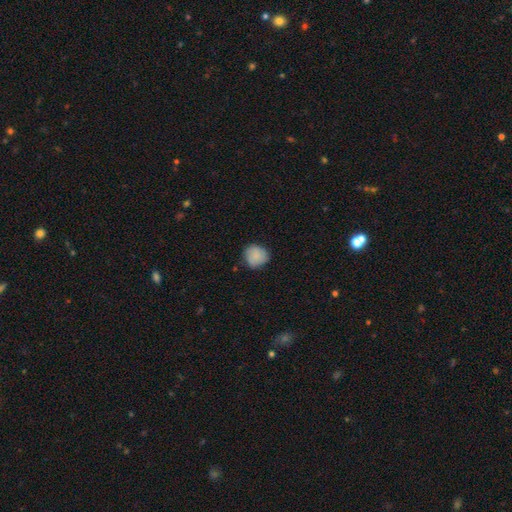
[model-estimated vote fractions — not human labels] Smooth or featured: smooth — 85% (featured or disk — 8%)
How rounded: round — 86% (in between — 13%)
Merging: none — 75% (minor disturbance — 20%)